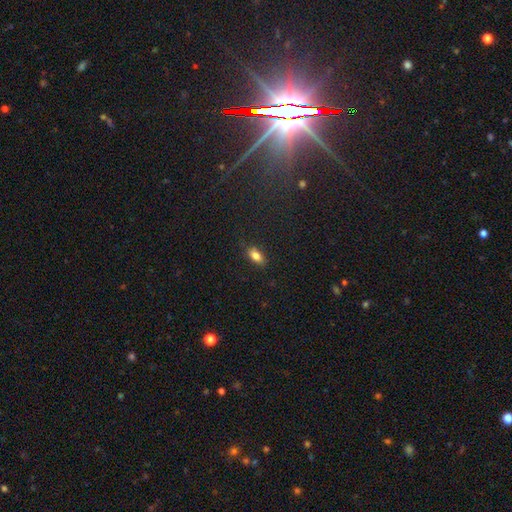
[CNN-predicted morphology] This appears to be a smooth galaxy with no disk features (80%) that is in between round and cigar-shaped (85%). Merging: none (84%).